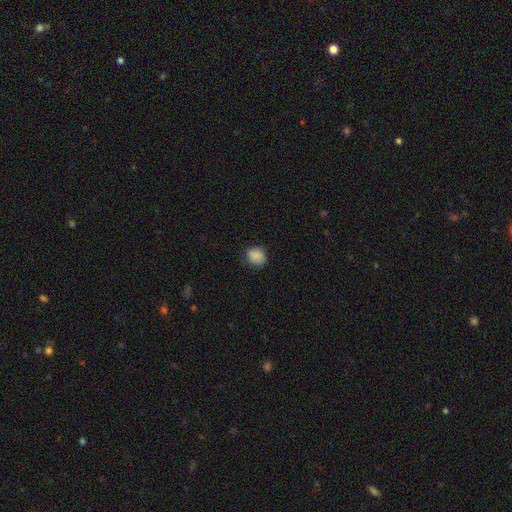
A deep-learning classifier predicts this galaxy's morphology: A smooth galaxy with no disk features (86%) that is round (63%). Merging: none (74%).